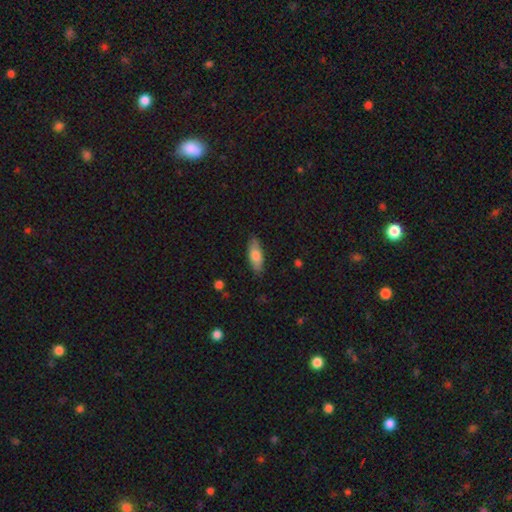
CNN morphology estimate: A smooth galaxy with no disk features (75%) that is in between round and cigar-shaped (71%).

Vote fractions:
- Smooth or featured? smooth: 75% / featured or disk: 19% / star or artifact: 6%
- How rounded? in between: 71% / cigar-shaped: 27% / round: 2%
- Merging? none: 83% / minor disturbance: 13% / major disturbance: 2% / merger: 1%